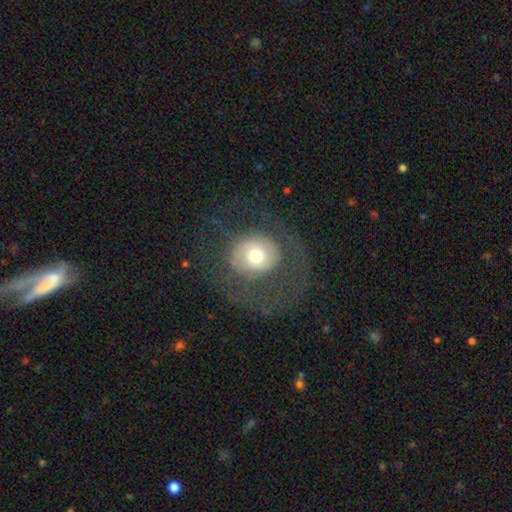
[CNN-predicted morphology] Smooth or featured? smooth (52%)
How rounded? round (80%)
Merging? none (48%)